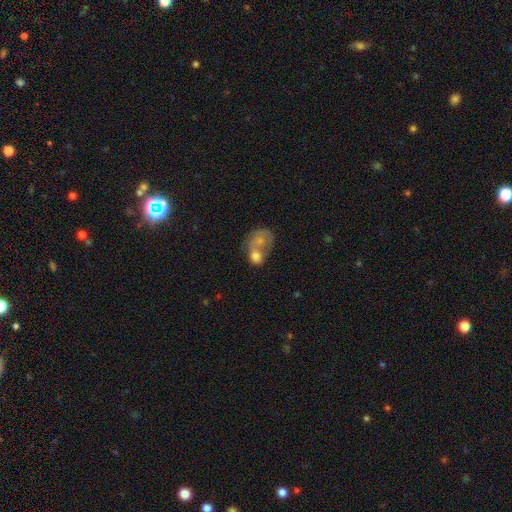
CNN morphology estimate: The model was most divided on "how rounded": round: 51%, in between: 47%, cigar-shaped: 1%. More confident: merging — merger (71%); smooth or featured — smooth (63%).